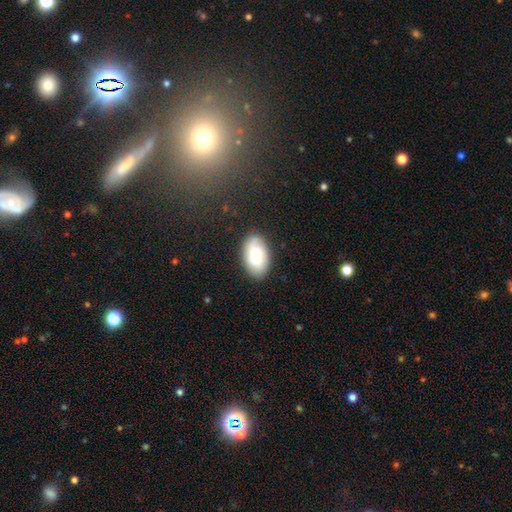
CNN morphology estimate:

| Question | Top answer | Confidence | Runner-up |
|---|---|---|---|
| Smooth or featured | smooth | 75% | featured or disk (17%) |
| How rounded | in between | 93% | round (6%) |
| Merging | none | 83% | minor disturbance (12%) |